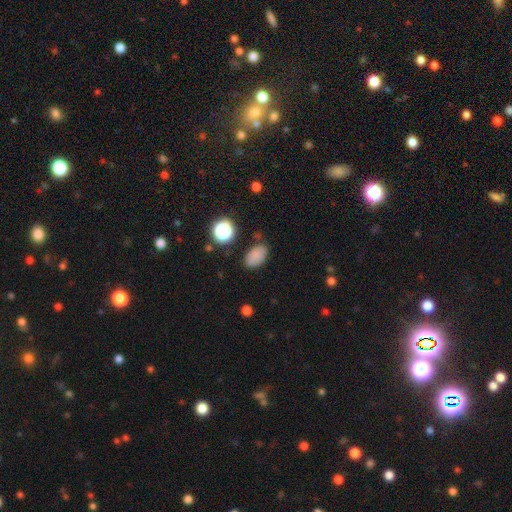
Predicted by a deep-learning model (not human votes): This is clearly a smooth galaxy (81%). How rounded: clearly in between (89%). Merging: likely none (77%).